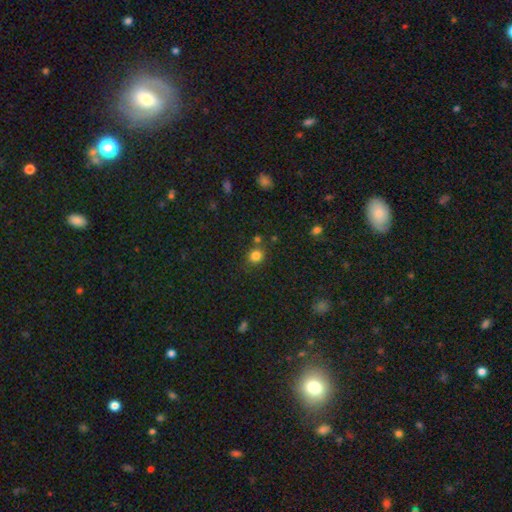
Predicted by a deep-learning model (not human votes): Q: Smooth or featured?
A: smooth (81%); runner-up: star or artifact (14%)
Q: How rounded?
A: round (85%); runner-up: in between (14%)
Q: Merging?
A: none (76%); runner-up: minor disturbance (11%)